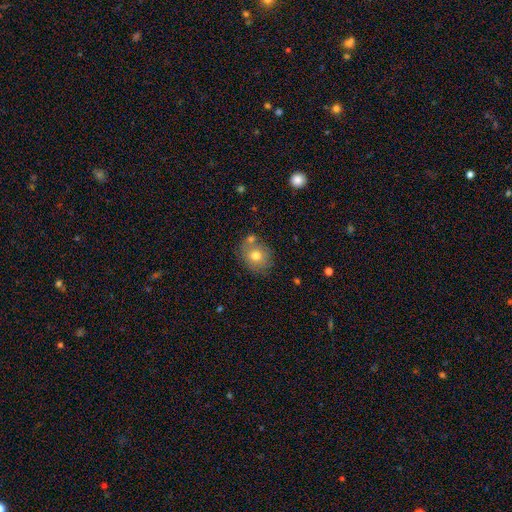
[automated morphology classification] smooth_or_featured: smooth (p=0.72) [alt: featured or disk p=0.17]
how_rounded: round (p=0.70) [alt: in between p=0.29]
merging: none (p=0.67) [alt: merger p=0.15]